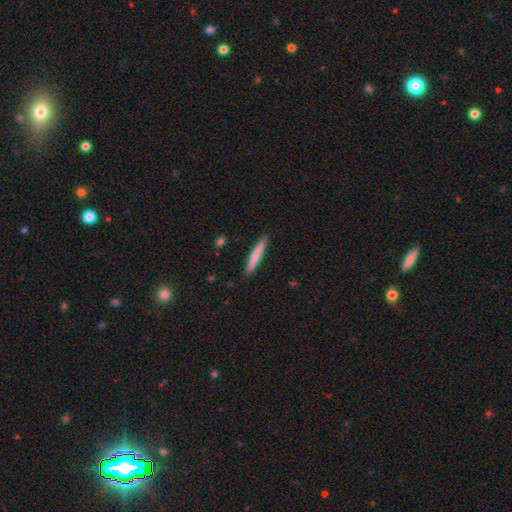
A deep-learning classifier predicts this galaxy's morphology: smooth-or-featured: smooth: 77% | featured or disk: 17% | star or artifact: 6%
  how-rounded: cigar-shaped: 95% | in between: 4% | round: 1%
  merging: none: 90% | minor disturbance: 8% | major disturbance: 2% | merger: 1%